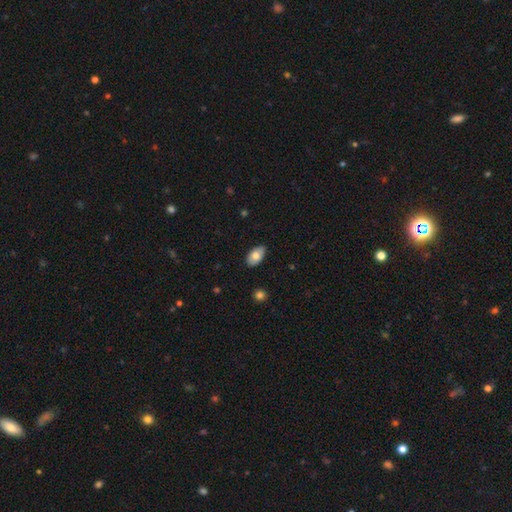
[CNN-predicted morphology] Smooth or featured: smooth — 75% (featured or disk — 18%)
How rounded: in between — 93% (round — 5%)
Merging: none — 83% (minor disturbance — 14%)